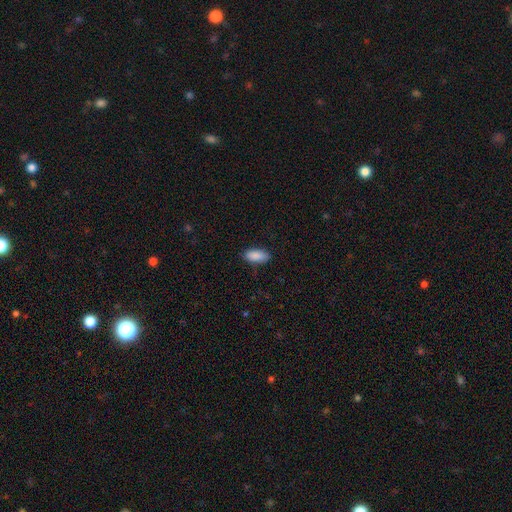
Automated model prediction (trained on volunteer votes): Morphology: type=smooth (89%); roundness=in between (88%); merging=none (83%).